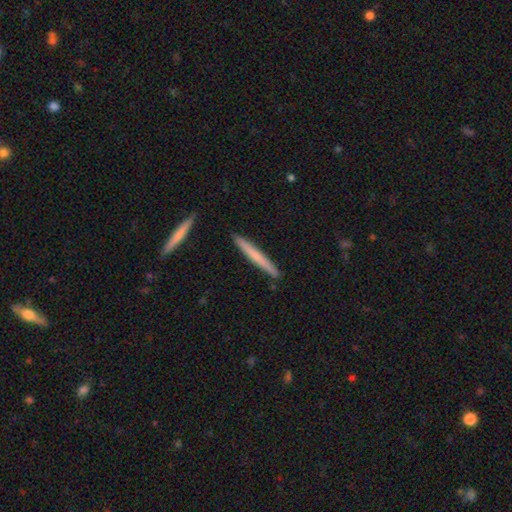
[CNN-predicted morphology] smooth_or_featured: smooth (p=0.62) [alt: featured or disk p=0.33]
how_rounded: cigar-shaped (p=0.97) [alt: in between p=0.02]
merging: none (p=0.91) [alt: minor disturbance p=0.06]